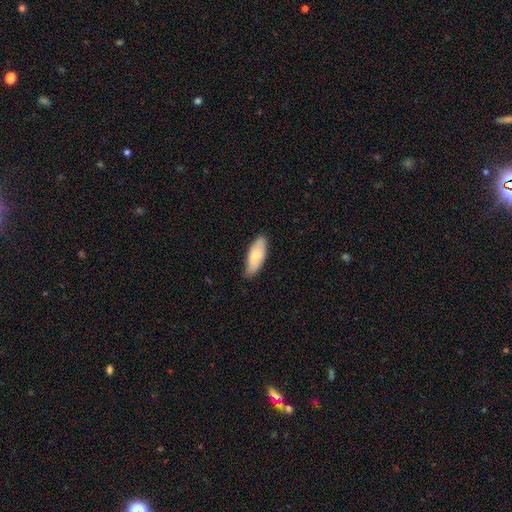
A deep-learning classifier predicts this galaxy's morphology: smooth 73%, featured or disk 22%, star or artifact 6%. Down the decision tree: how rounded — in between (78%); merging — none (82%).